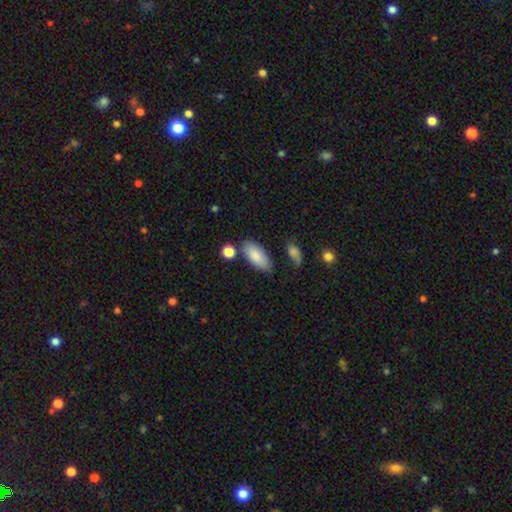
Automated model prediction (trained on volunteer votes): Smooth or featured: smooth — 84% (featured or disk — 9%)
How rounded: in between — 88% (cigar-shaped — 9%)
Merging: none — 73% (minor disturbance — 16%)